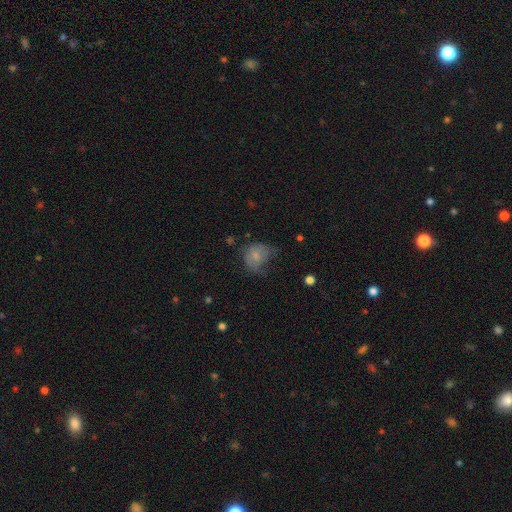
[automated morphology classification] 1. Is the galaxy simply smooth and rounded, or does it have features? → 66% smooth, 24% featured or disk, 11% star or artifact.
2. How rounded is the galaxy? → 56% round, 44% in between, 1% cigar-shaped.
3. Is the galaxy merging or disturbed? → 34% minor disturbance, 33% none, 31% major disturbance, 3% merger.